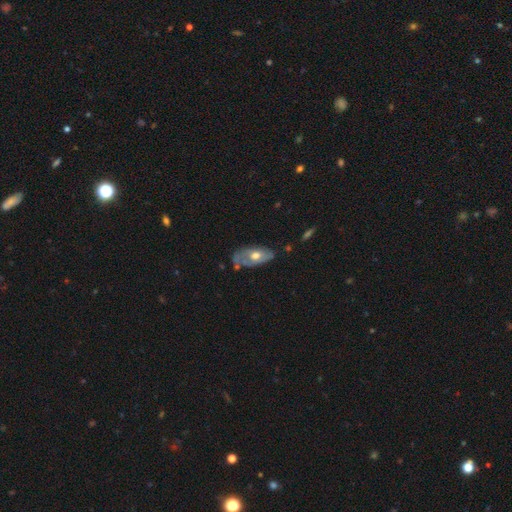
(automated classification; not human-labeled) The model was most divided on "smooth or featured": featured or disk: 53%, smooth: 41%, star or artifact: 6%. Remaining: edge-on disk — no (86%); merging — none (49%).